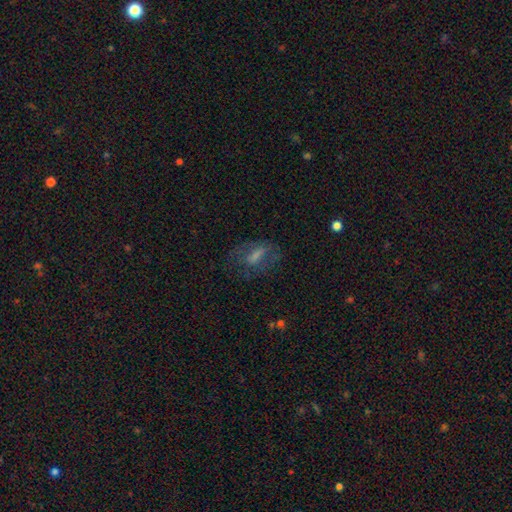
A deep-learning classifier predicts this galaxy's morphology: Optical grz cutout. It shows a featured or disk galaxy (42%). Merging: none (63%).